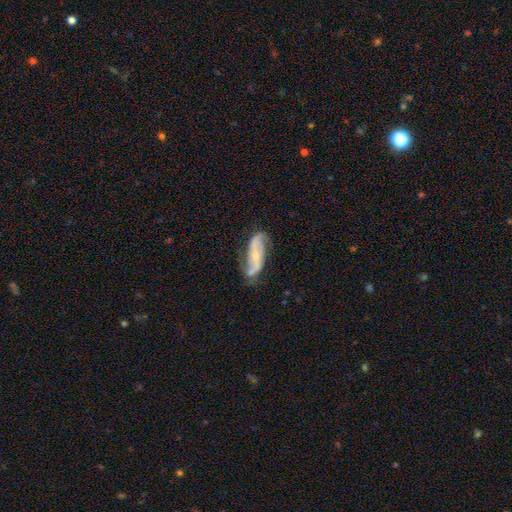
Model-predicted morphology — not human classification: type=featured or disk (80%); edge-on=no (92%); bar=no (45%); spiral arms=yes (94%); winding=loose (49%); arm count=2 (88%); bulge=small (65%); merging=none (65%).